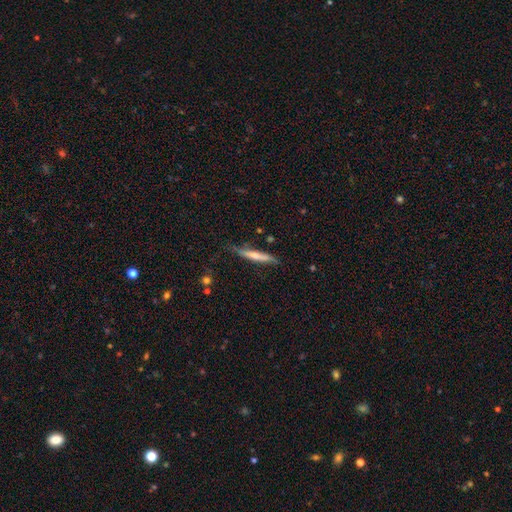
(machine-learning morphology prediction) A smooth galaxy with no disk features (56%) that is cigar-shaped (93%).

Vote fractions:
- Smooth or featured? smooth: 56% / featured or disk: 38% / star or artifact: 5%
- How rounded? cigar-shaped: 93% / in between: 6% / round: 2%
- Merging? none: 70% / minor disturbance: 23% / major disturbance: 5% / merger: 2%